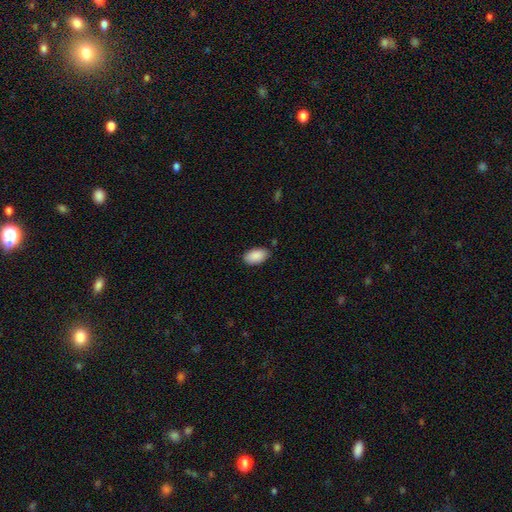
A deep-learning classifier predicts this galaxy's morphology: A smooth galaxy with no disk features (90%) that is in between round and cigar-shaped (95%). Merging: none (82%).